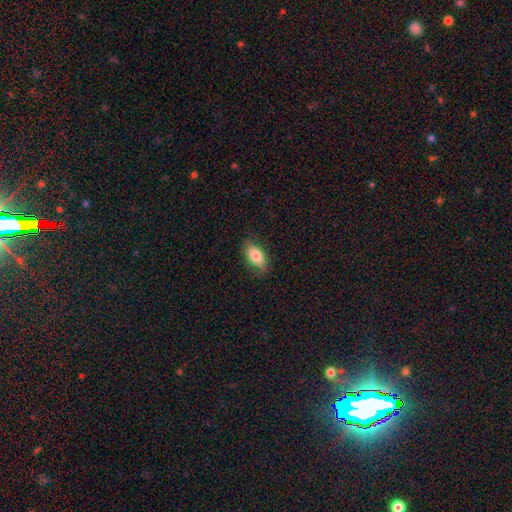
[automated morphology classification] smooth_or_featured: smooth (p=0.80) [alt: featured or disk p=0.13]
how_rounded: in between (p=0.91) [alt: round p=0.05]
merging: none (p=0.79) [alt: minor disturbance p=0.16]